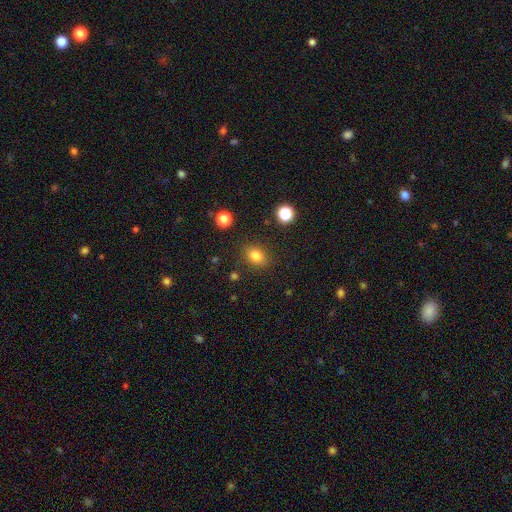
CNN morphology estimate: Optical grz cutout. It shows a smooth galaxy with no disk features (81%) that is in between round and cigar-shaped (60%). Merging: none (84%).